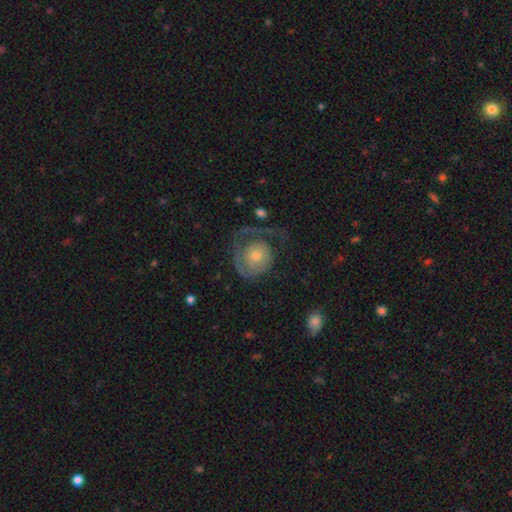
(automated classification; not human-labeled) smooth_or_featured: featured or disk (p=0.68) [alt: smooth p=0.25]
disk_edge_on: no (p=0.97) [alt: yes p=0.03]
bar: no (p=0.84) [alt: weak p=0.13]
has_spiral_arms: yes (p=0.80) [alt: no p=0.20]
spiral_winding: tight (p=0.54) [alt: medium p=0.27]
spiral_arm_count: 1 (p=0.67) [alt: 2 p=0.15]
bulge_size: small (p=0.53) [alt: moderate p=0.39]
merging: none (p=0.47) [alt: major disturbance p=0.35]